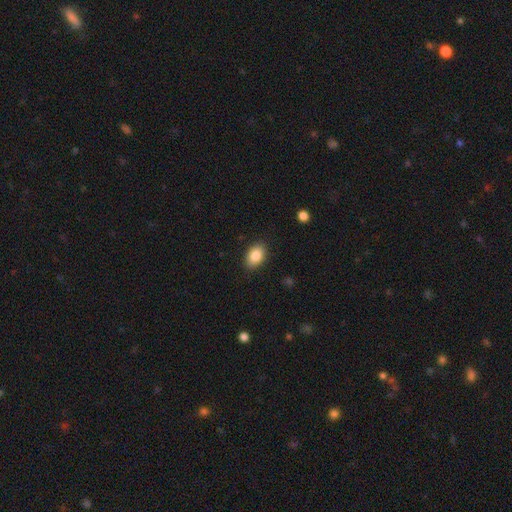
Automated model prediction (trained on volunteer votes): Smooth or featured: smooth — 86% (star or artifact — 8%)
How rounded: in between — 88% (round — 11%)
Merging: none — 88% (minor disturbance — 9%)